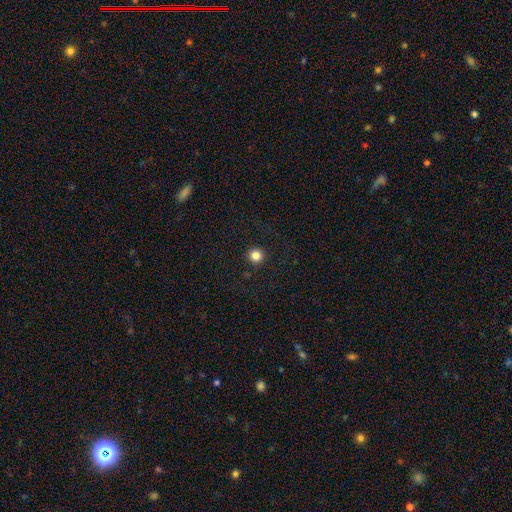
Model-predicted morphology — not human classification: smooth-or-featured: smooth: 83% | star or artifact: 13% | featured or disk: 4%
  how-rounded: round: 95% | in between: 4% | cigar-shaped: 1%
  merging: none: 93% | minor disturbance: 4% | major disturbance: 2% | merger: 1%